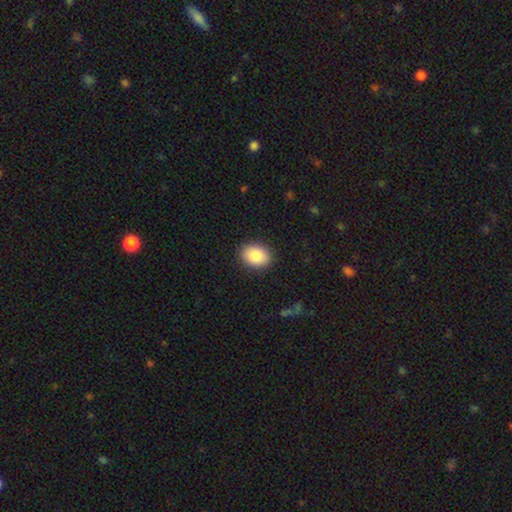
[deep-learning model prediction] Overall: smooth (86%). How rounded: in between (63%; round 36%). Merging: none (90%).